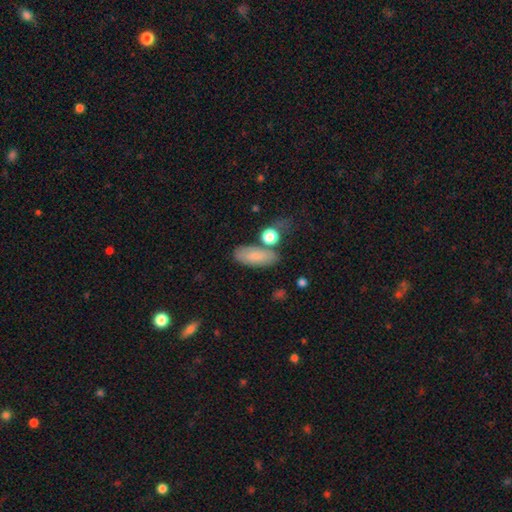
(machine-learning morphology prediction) This is likely a smooth galaxy (79%). How rounded: clearly in between (81%). Merging: likely none (65%).